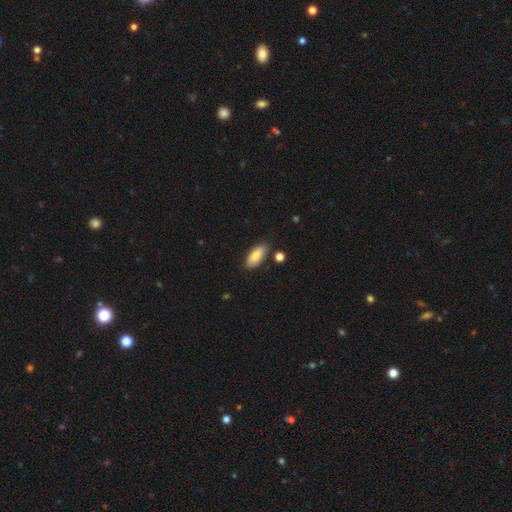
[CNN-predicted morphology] smooth 83%, featured or disk 11%, star or artifact 6%. Down the decision tree: how rounded — in between (85%); merging — none (81%).